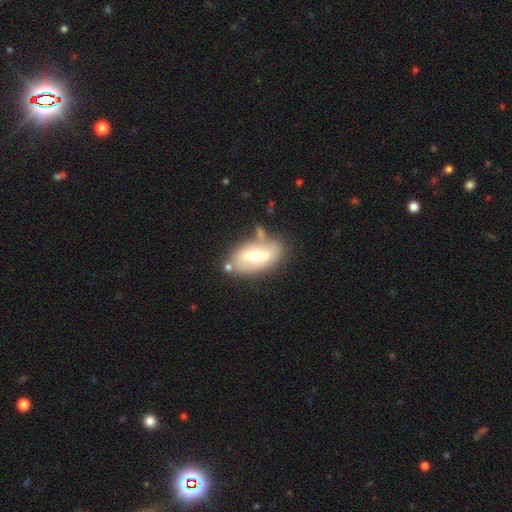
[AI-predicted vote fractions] Morphology: type=featured or disk (53%); edge-on=no (85%); merging=none (64%).